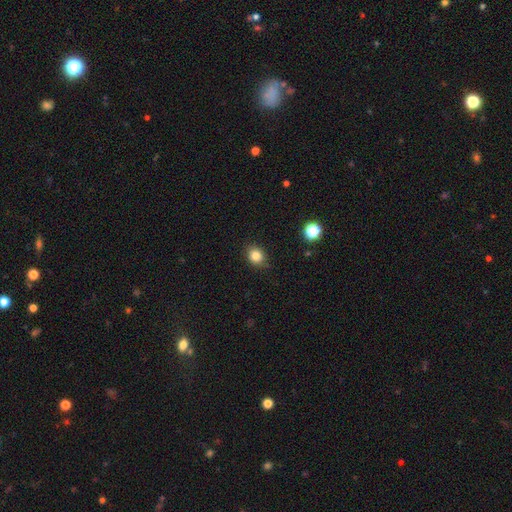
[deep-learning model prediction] This is clearly a smooth galaxy (83%). How rounded: likely round (65%). Merging: clearly none (84%).